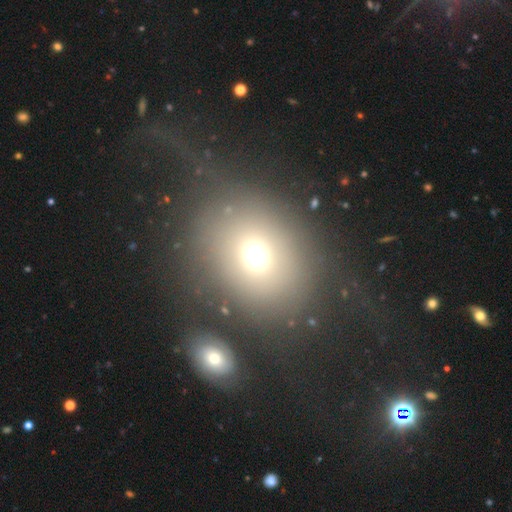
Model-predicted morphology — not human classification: This appears to be a smooth galaxy with no disk features (68%) that is round (63%). Merging: none (66%).